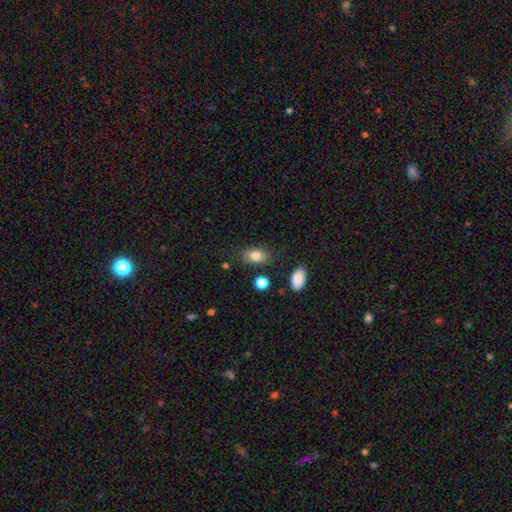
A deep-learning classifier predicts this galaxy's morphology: Smooth or featured? smooth (81%)
How rounded? in between (86%)
Merging? none (80%)